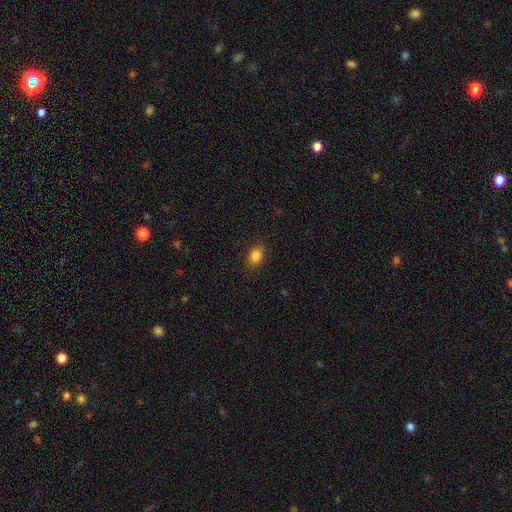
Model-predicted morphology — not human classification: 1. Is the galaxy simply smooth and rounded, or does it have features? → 85% smooth, 11% star or artifact, 5% featured or disk.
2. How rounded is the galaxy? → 64% in between, 35% round, 1% cigar-shaped.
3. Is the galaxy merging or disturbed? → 87% none, 9% minor disturbance, 3% major disturbance, 1% merger.